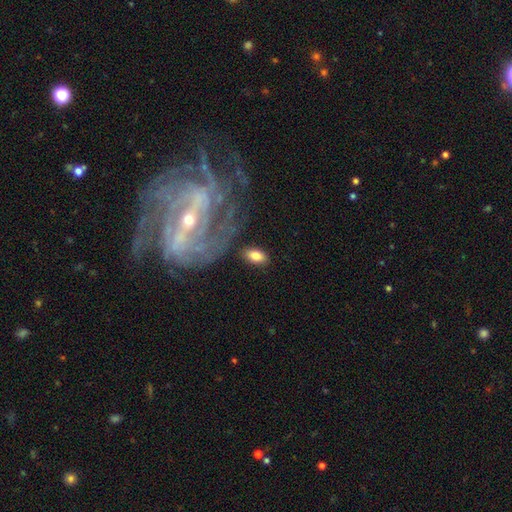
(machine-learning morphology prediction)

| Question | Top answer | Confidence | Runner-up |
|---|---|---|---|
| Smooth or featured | smooth | 78% | featured or disk (15%) |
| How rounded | in between | 91% | round (6%) |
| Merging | none | 80% | minor disturbance (11%) |